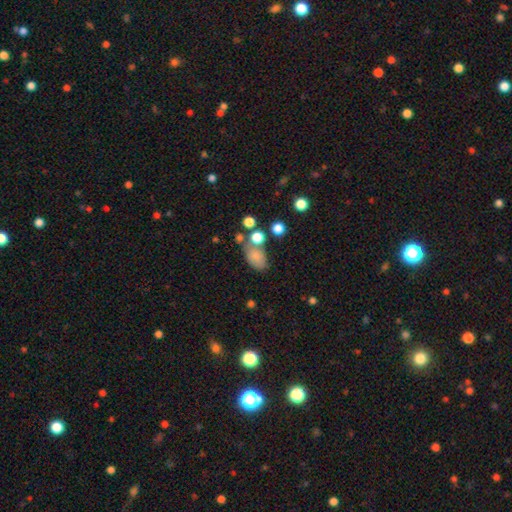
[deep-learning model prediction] Smooth or featured?
  - smooth: 77% *
  - featured or disk: 12%
  - star or artifact: 11%
How rounded?
  - in between: 83% *
  - round: 15%
  - cigar-shaped: 2%
Merging?
  - none: 50% *
  - minor disturbance: 21%
  - merger: 19%
  - major disturbance: 10%